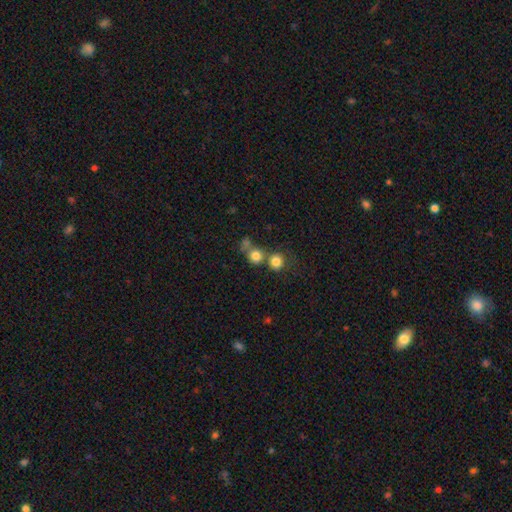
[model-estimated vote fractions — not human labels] smooth-or-featured: smooth: 78% | star or artifact: 13% | featured or disk: 9%
  how-rounded: round: 87% | in between: 12% | cigar-shaped: 1%
  merging: none: 49% | merger: 38% | minor disturbance: 8% | major disturbance: 5%